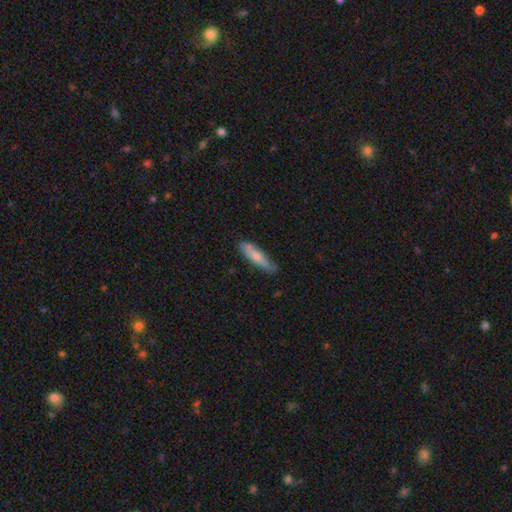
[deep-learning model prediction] Smooth or featured: smooth — 67% (featured or disk — 28%)
How rounded: cigar-shaped — 77% (in between — 21%)
Merging: none — 75% (minor disturbance — 19%)